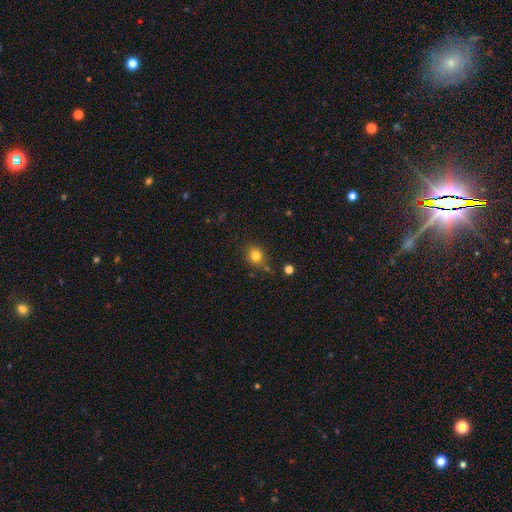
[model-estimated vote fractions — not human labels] This is clearly a smooth galaxy (81%). How rounded: clearly round (82%). Merging: likely none (77%).